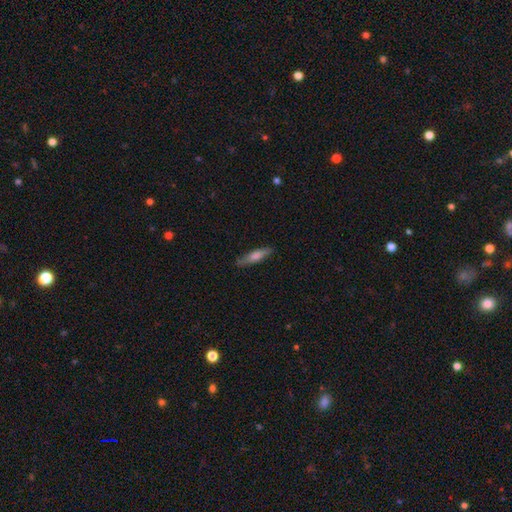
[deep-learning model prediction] Q: Smooth or featured?
A: smooth (55%); runner-up: featured or disk (38%)
Q: How rounded?
A: cigar-shaped (81%); runner-up: in between (17%)
Q: Merging?
A: none (86%); runner-up: minor disturbance (11%)